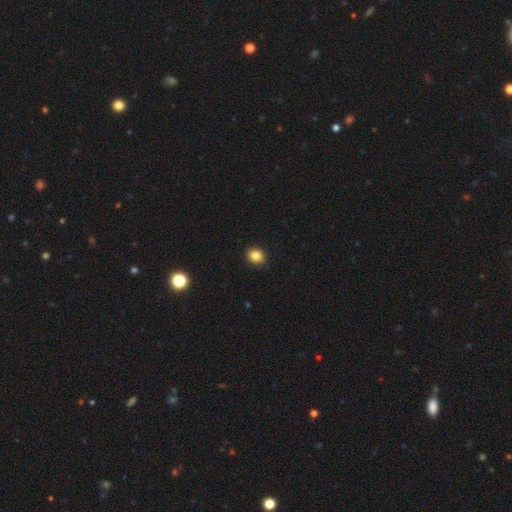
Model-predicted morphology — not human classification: Smooth or featured?
  - smooth: 84% *
  - star or artifact: 10%
  - featured or disk: 5%
How rounded?
  - round: 72% *
  - in between: 27%
  - cigar-shaped: 1%
Merging?
  - none: 92% *
  - minor disturbance: 6%
  - major disturbance: 2%
  - merger: 1%